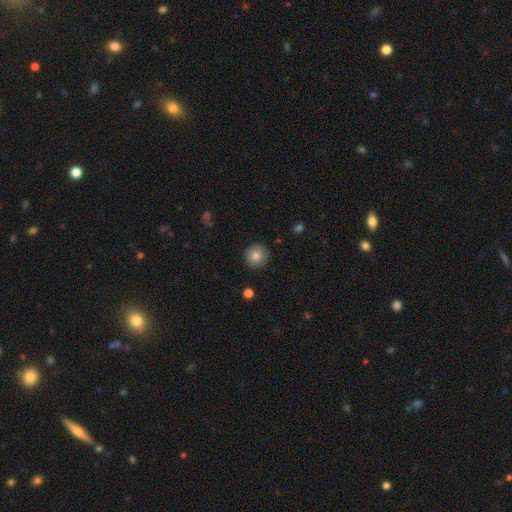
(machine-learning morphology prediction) smooth_or_featured: smooth (p=0.82) [alt: featured or disk p=0.09]
how_rounded: round (p=0.95) [alt: in between p=0.04]
merging: none (p=0.90) [alt: minor disturbance p=0.07]